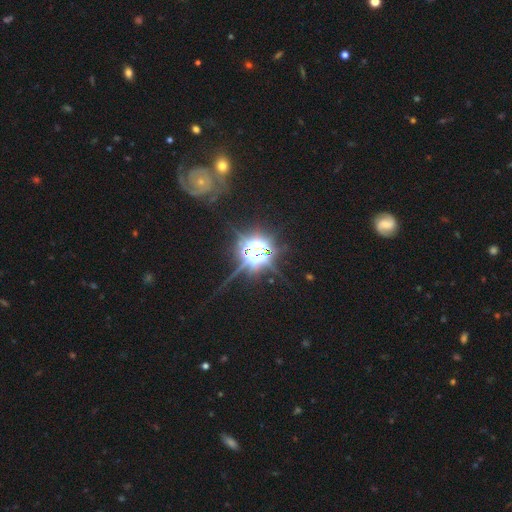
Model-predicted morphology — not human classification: smooth-or-featured: star or artifact: 83% | featured or disk: 9% | smooth: 7%